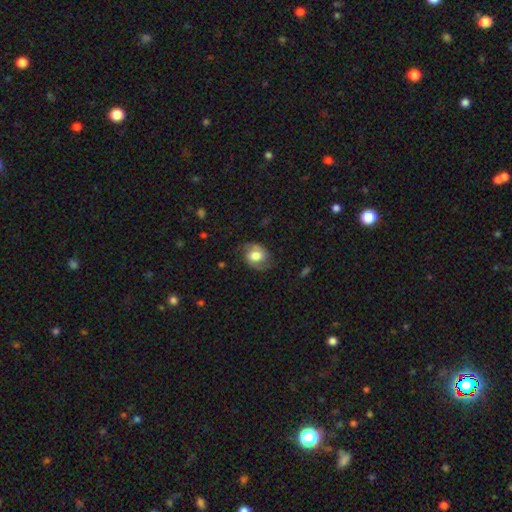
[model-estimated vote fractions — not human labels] Morphology: type=featured or disk (50%); edge-on=no (96%); merging=none (68%).